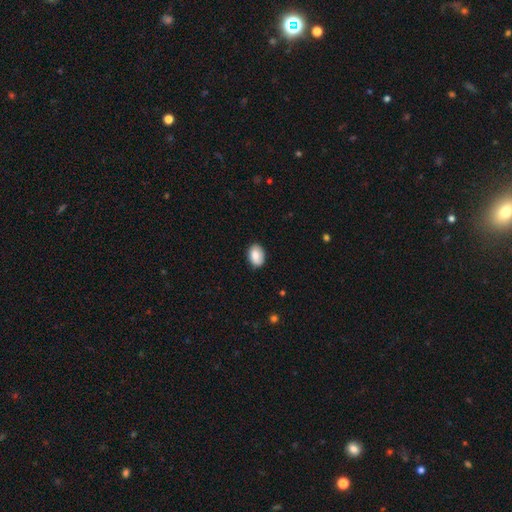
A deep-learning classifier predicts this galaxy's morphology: Q: Smooth or featured?
A: smooth (84%); runner-up: featured or disk (10%)
Q: How rounded?
A: in between (86%); runner-up: round (13%)
Q: Merging?
A: none (84%); runner-up: minor disturbance (13%)